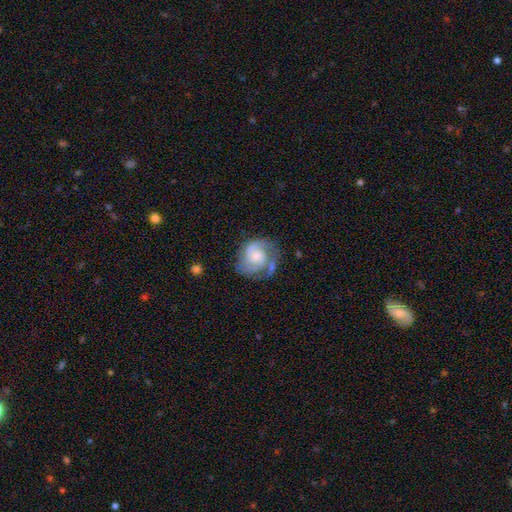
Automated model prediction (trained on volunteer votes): featured or disk 79%, smooth 15%, star or artifact 6%. Down the decision tree: edge-on disk — no (98%); bar — no (63%); spiral arms — yes (95%); spiral arm count — 2 (63%); spiral winding — medium (44%); bulge size — small (48%); merging — none (59%).